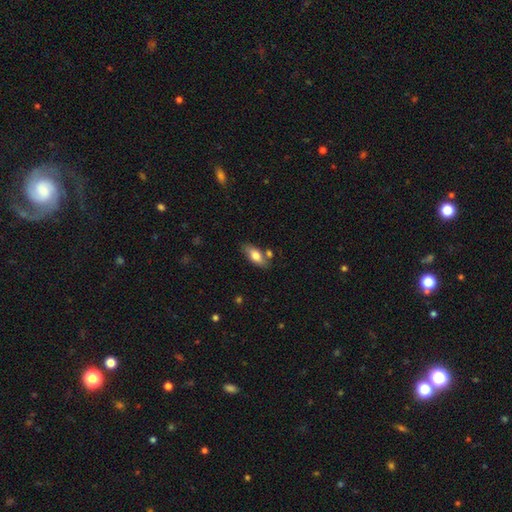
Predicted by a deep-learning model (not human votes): A smooth galaxy with no disk features (71%) that is in between round and cigar-shaped (81%).

Vote fractions:
- Smooth or featured? smooth: 71% / featured or disk: 22% / star or artifact: 6%
- How rounded? in between: 81% / cigar-shaped: 16% / round: 3%
- Merging? none: 73% / minor disturbance: 15% / merger: 9% / major disturbance: 3%